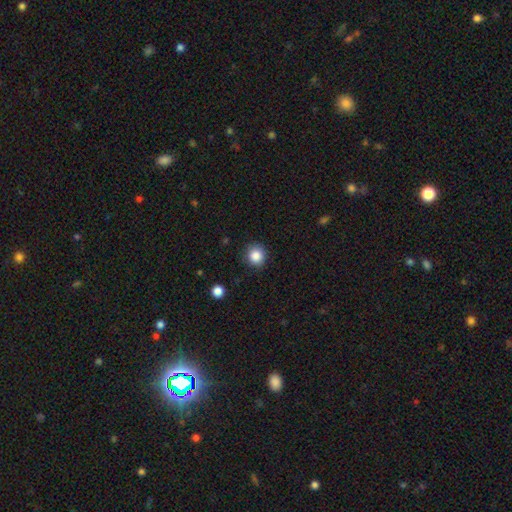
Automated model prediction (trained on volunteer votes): Overall: smooth (86%). How rounded: round (92%). Merging: none (88%).